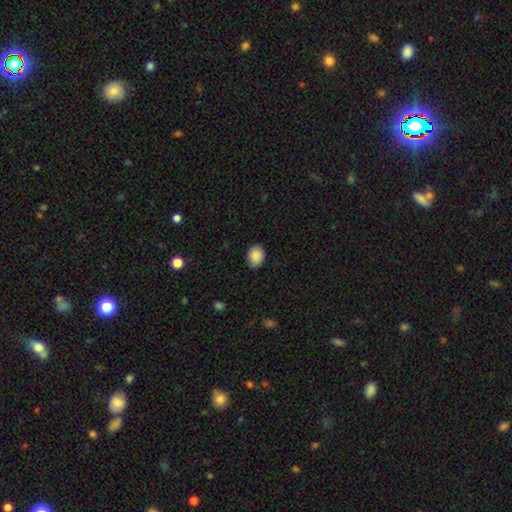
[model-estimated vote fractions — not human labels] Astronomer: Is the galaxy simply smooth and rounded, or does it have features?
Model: smooth — 89%.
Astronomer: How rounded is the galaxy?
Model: in between — 59% (runner-up: round, 40%).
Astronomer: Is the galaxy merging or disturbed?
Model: none — 83%.